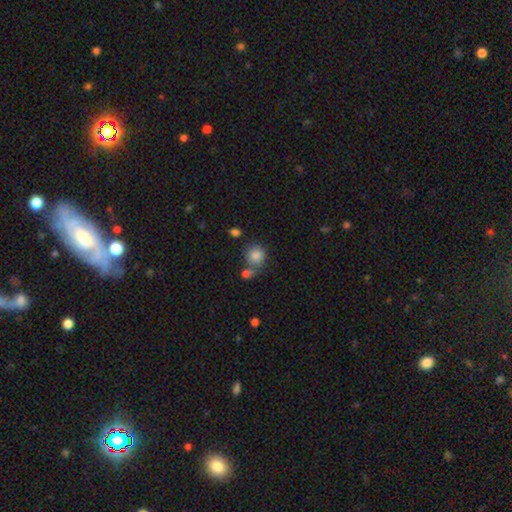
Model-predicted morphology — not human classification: Smooth or featured: smooth — 83% (star or artifact — 10%)
How rounded: round — 85% (in between — 14%)
Merging: none — 59% (merger — 23%)